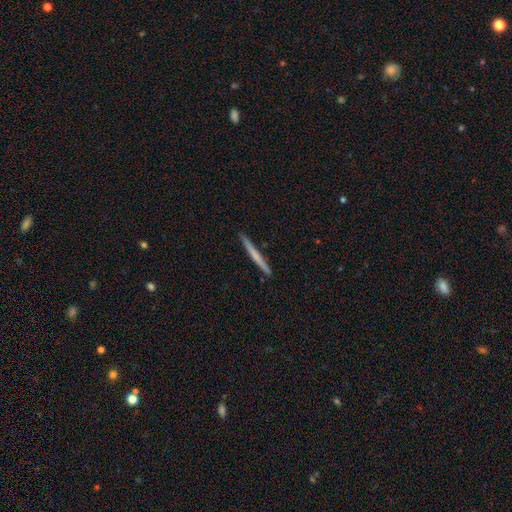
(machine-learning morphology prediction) Smooth or featured? smooth (53%)
How rounded? cigar-shaped (97%)
Merging? none (92%)